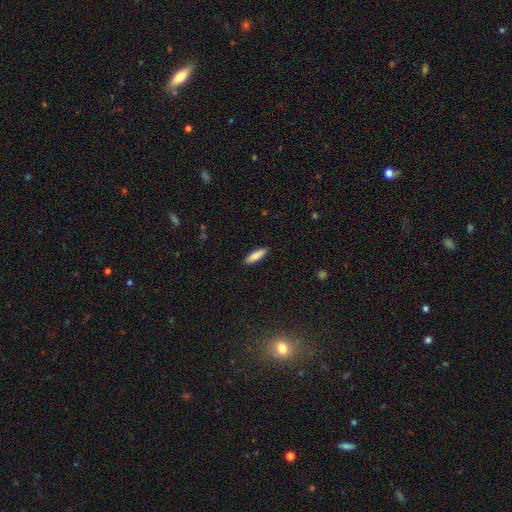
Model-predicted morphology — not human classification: smooth 84%, featured or disk 10%, star or artifact 6%. Down the decision tree: how rounded — cigar-shaped (64%); merging — none (89%).